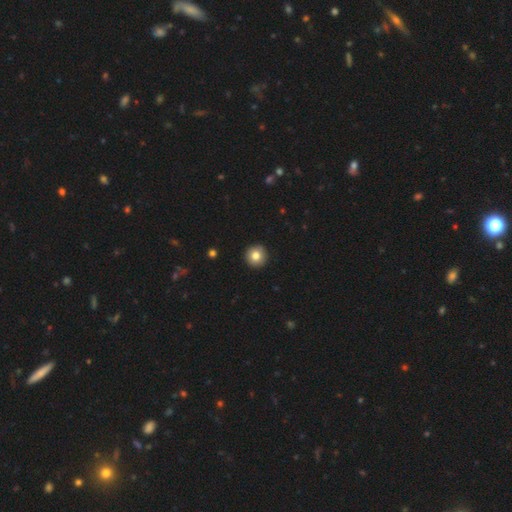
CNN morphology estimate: smooth_or_featured: smooth (p=0.81) [alt: featured or disk p=0.10]
how_rounded: round (p=0.96) [alt: in between p=0.03]
merging: none (p=0.93) [alt: minor disturbance p=0.05]